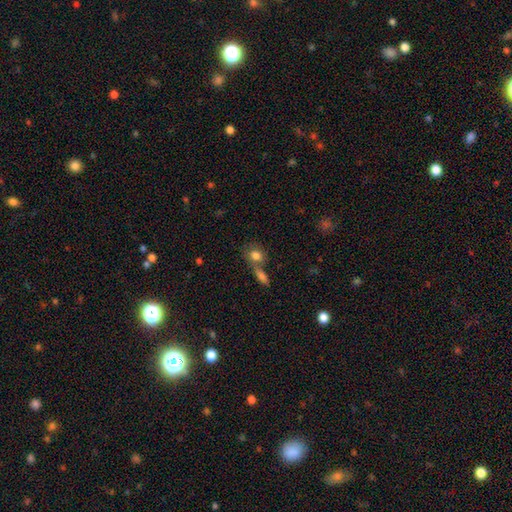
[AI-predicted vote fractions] A smooth galaxy with no disk features (79%) that is in between round and cigar-shaped (48%, tied with round).

Vote fractions:
- Smooth or featured? smooth: 79% / featured or disk: 12% / star or artifact: 9%
- How rounded? in between: 48% (tied) / round: 48% (tied) / cigar-shaped: 4%
- Merging? none: 43% / merger: 41% / minor disturbance: 11% / major disturbance: 5%